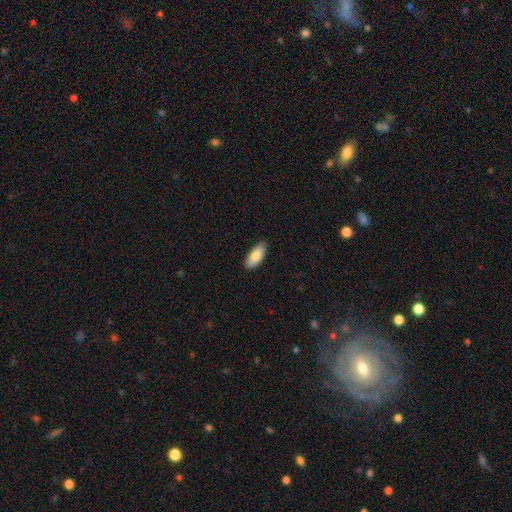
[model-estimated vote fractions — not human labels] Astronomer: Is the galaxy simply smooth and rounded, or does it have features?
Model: smooth — 84%.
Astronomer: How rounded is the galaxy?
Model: in between — 85%.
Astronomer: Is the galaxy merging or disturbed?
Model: none — 88%.